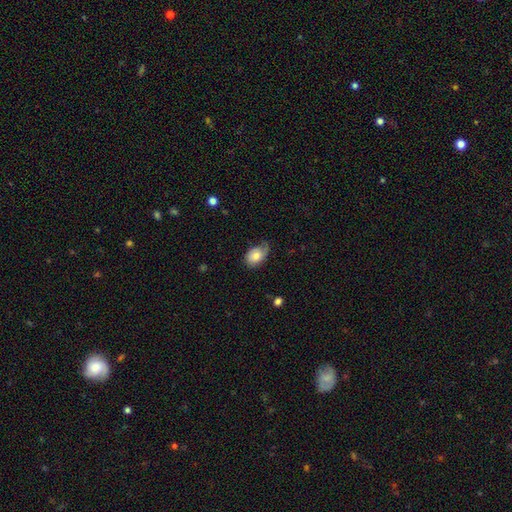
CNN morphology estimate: A smooth galaxy with no disk features (68%) that is in between round and cigar-shaped (81%). Merging: none (44%).